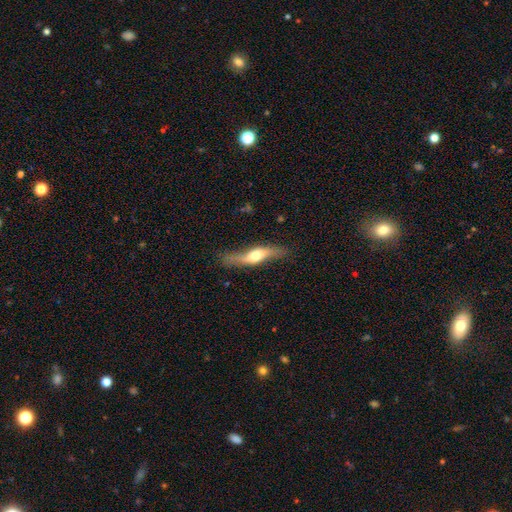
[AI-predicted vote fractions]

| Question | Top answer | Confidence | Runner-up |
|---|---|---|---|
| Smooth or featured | featured or disk | 57% | smooth (37%) |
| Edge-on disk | yes | 63% | no (37%) |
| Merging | none | 68% | minor disturbance (22%) |